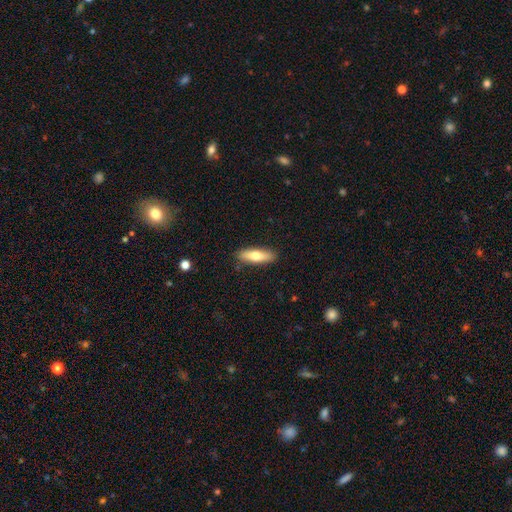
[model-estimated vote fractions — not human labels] Morphology: type=smooth (72%); roundness=cigar-shaped (53%); merging=none (87%).